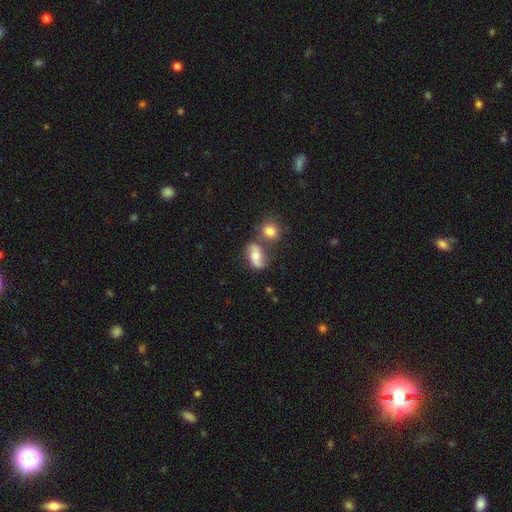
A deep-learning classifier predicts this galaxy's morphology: Overall: featured or disk (55%; smooth 36%). Edge-on disk: no (95%). Bar: no (60%; weak 30%). Spiral arms: yes (87%). Bulge size: moderate (65%). Merging: none (55%; merger 22%).